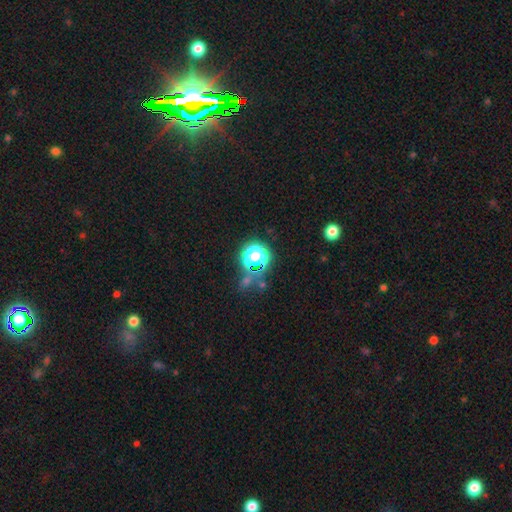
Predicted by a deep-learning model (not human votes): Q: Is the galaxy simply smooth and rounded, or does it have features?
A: star or artifact — 47%.